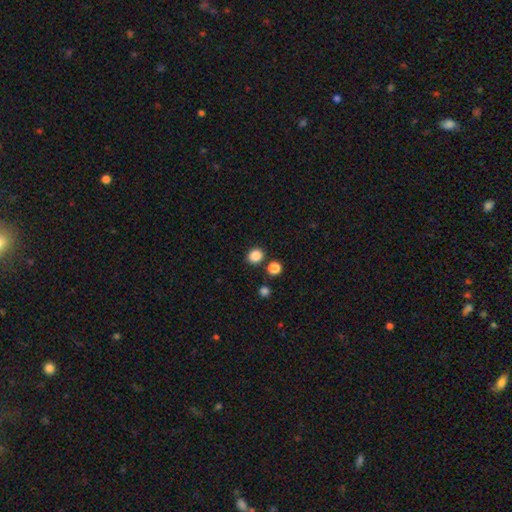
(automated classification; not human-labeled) This is clearly a smooth galaxy (85%). How rounded: likely round (78%). Merging: clearly none (84%).